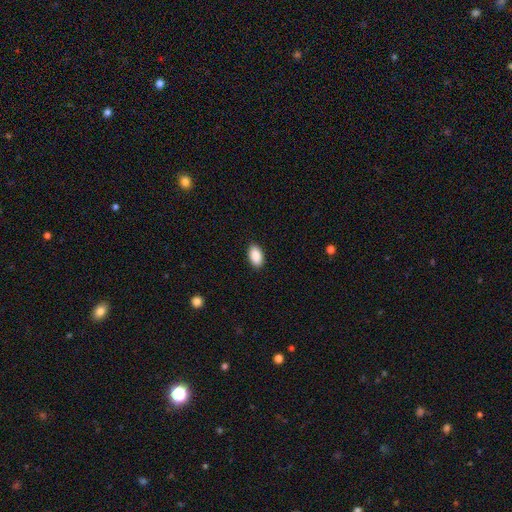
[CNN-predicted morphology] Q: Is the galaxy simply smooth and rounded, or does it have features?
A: smooth — 90%.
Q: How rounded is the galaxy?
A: in between — 94%.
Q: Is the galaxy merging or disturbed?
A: none — 90%.